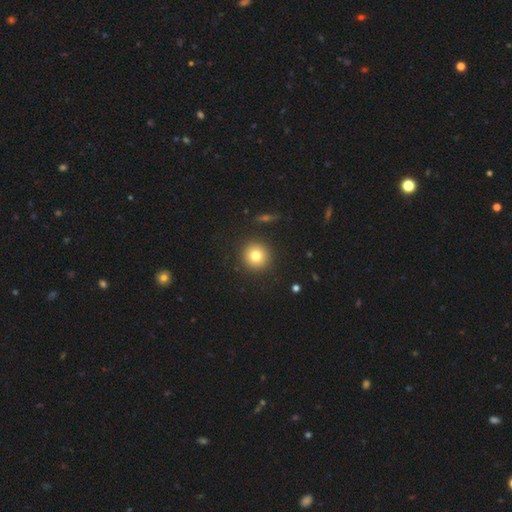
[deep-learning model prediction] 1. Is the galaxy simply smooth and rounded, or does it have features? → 78% smooth, 11% star or artifact, 10% featured or disk.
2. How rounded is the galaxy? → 95% round, 4% in between, 1% cigar-shaped.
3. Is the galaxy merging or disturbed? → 92% none, 5% minor disturbance, 2% major disturbance, 1% merger.